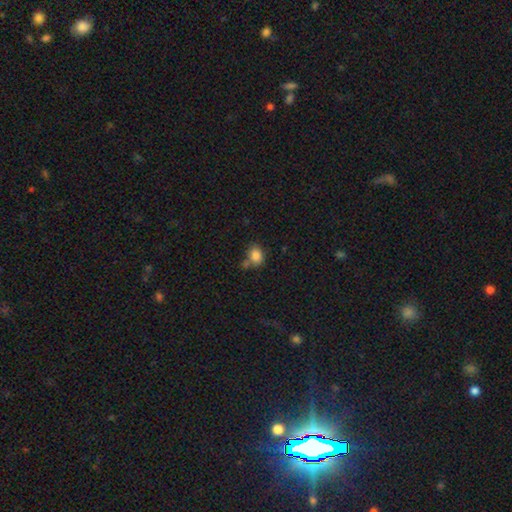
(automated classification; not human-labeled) The model was most divided on "how rounded": in between: 59%, round: 40%, cigar-shaped: 1%. More confident: smooth or featured — smooth (83%); merging — none (52%).